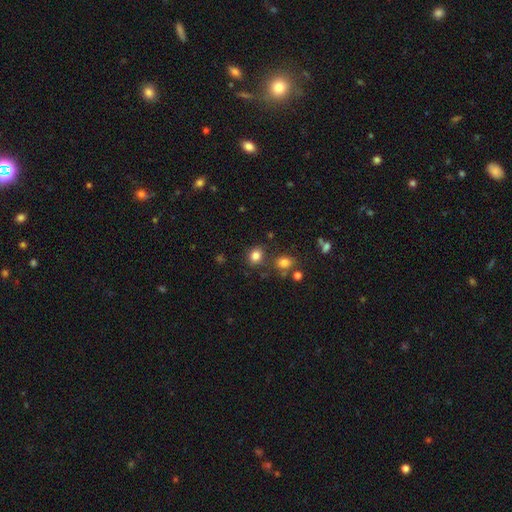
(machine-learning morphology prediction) smooth-or-featured: smooth: 82% | star or artifact: 13% | featured or disk: 6%
  how-rounded: round: 62% | in between: 37% | cigar-shaped: 1%
  merging: none: 75% | minor disturbance: 11% | merger: 10% | major disturbance: 4%